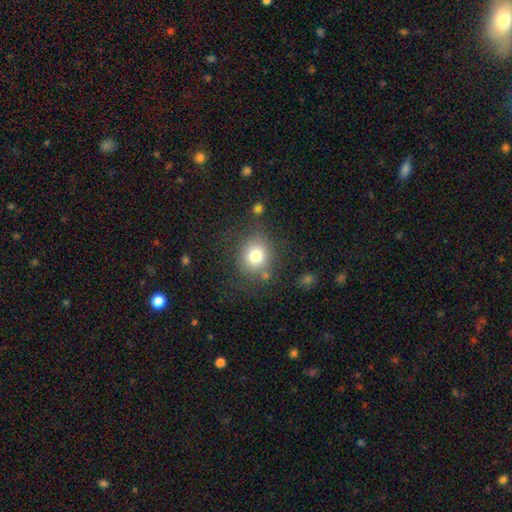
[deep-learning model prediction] A smooth galaxy with no disk features (76%) that is round (79%). Merging: none (75%).